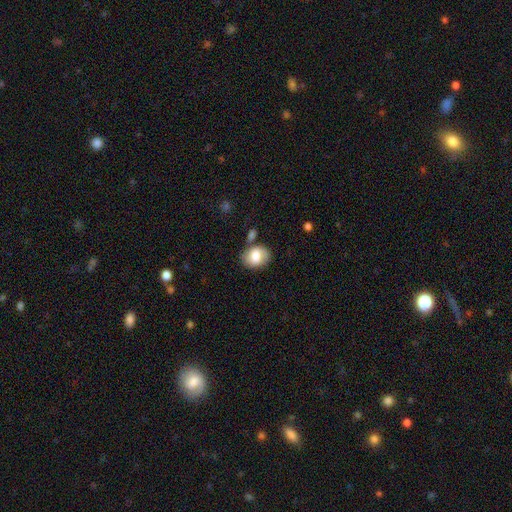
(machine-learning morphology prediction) The model was most divided on "how rounded": in between: 57%, round: 42%, cigar-shaped: 1%. More confident: smooth or featured — smooth (77%); merging — none (67%).